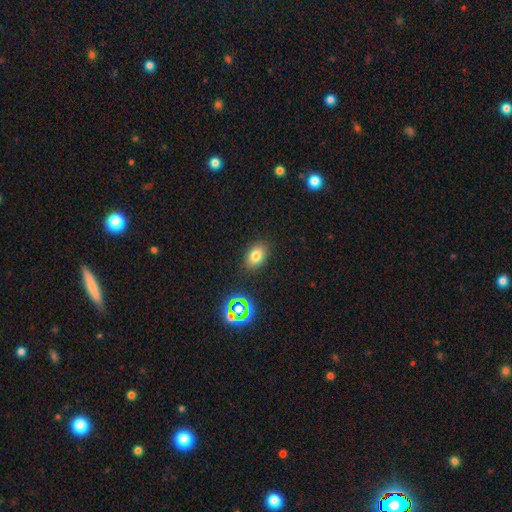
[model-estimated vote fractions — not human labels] A smooth galaxy with no disk features (77%) that is in between round and cigar-shaped (79%). Merging: none (85%).